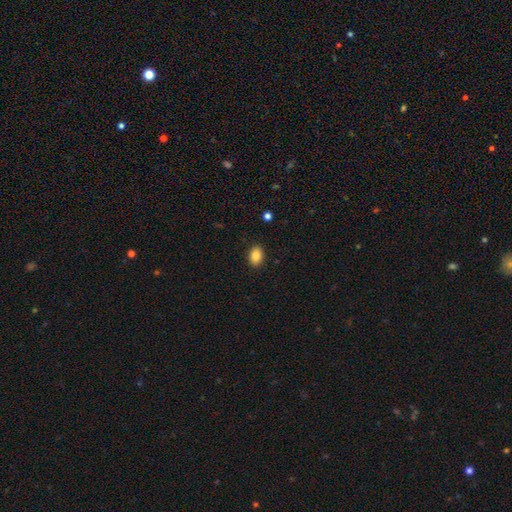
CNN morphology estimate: Smooth or featured?
  - smooth: 87% *
  - star or artifact: 8%
  - featured or disk: 5%
How rounded?
  - in between: 79% *
  - round: 19%
  - cigar-shaped: 1%
Merging?
  - none: 90% *
  - minor disturbance: 7%
  - major disturbance: 2%
  - merger: 1%